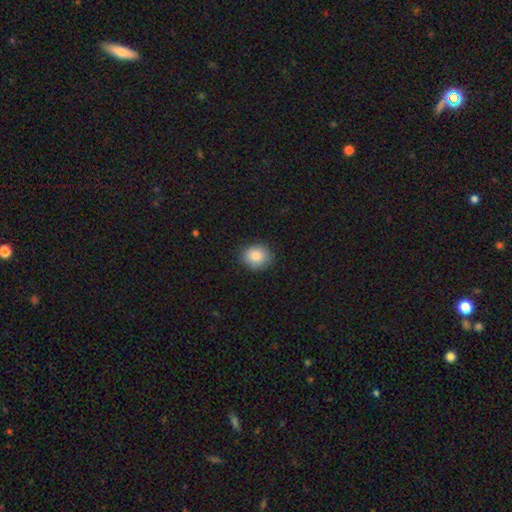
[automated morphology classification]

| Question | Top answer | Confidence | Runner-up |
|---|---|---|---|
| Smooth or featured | smooth | 86% | star or artifact (8%) |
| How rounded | round | 69% | in between (30%) |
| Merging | none | 85% | minor disturbance (12%) |